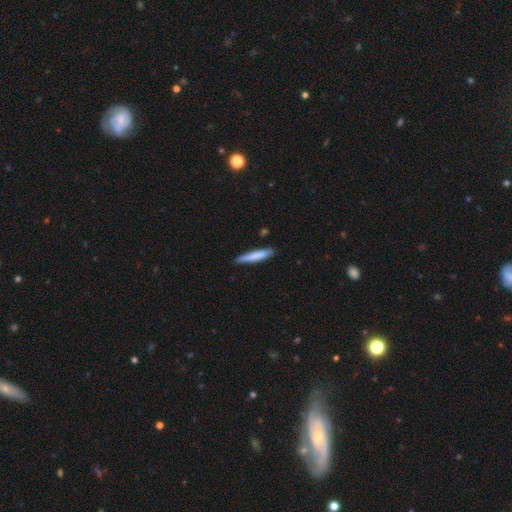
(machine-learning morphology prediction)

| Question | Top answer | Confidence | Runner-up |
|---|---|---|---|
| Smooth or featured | smooth | 76% | featured or disk (18%) |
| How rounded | cigar-shaped | 92% | in between (7%) |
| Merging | none | 80% | minor disturbance (16%) |